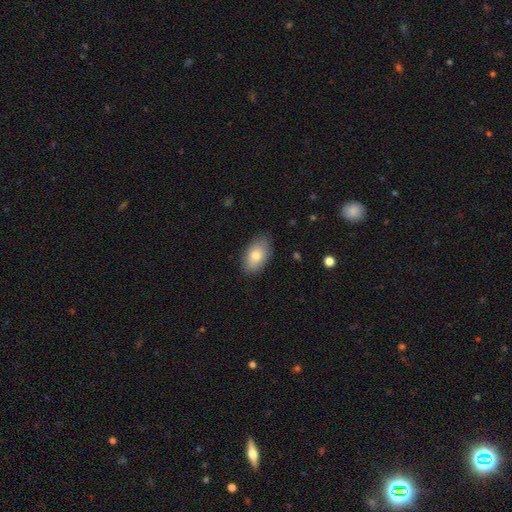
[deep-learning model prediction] Morphology: type=smooth (79%); roundness=in between (92%); merging=none (84%).